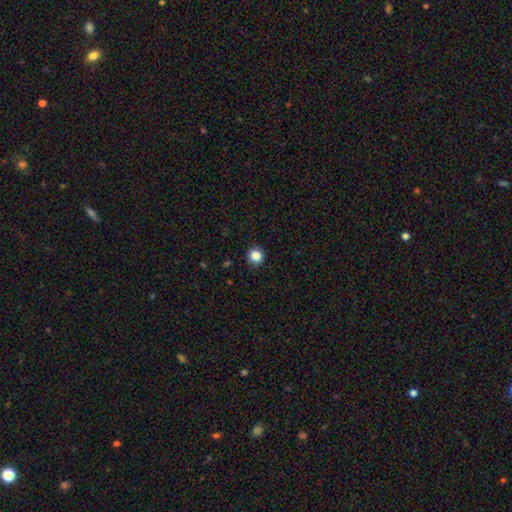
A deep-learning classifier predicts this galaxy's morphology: Smooth or featured? Predicted: smooth (p=0.85). How rounded? Predicted: round (p=0.94). Merging? Predicted: none (p=0.91).